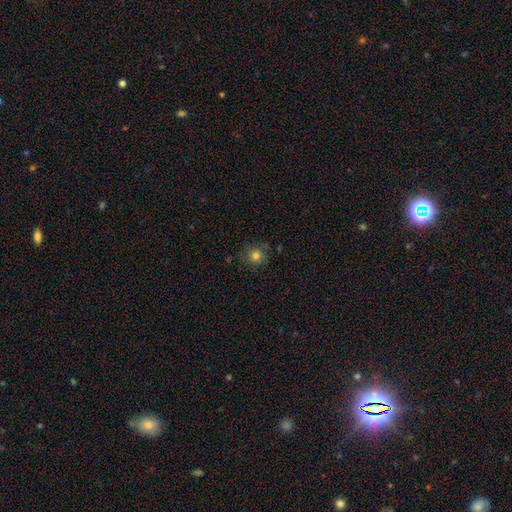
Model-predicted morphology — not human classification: Smooth or featured? smooth (79%)
How rounded? round (92%)
Merging? none (84%)